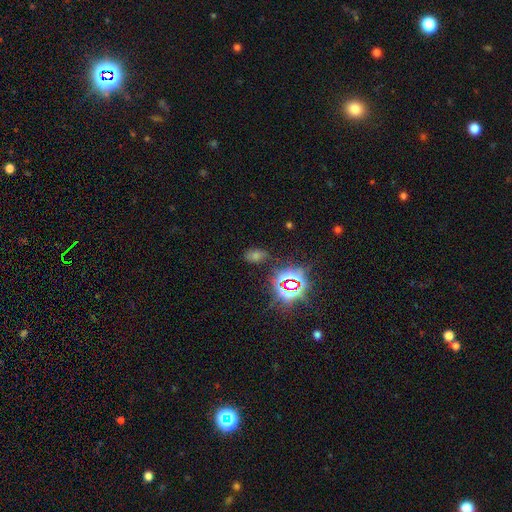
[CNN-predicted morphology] Smooth or featured: star or artifact — 57% (smooth — 31%)